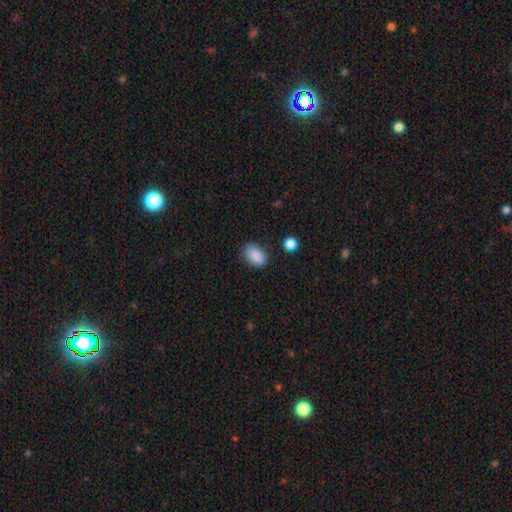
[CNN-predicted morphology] A smooth galaxy with no disk features (89%) that is in between round and cigar-shaped (87%).

Vote fractions:
- Smooth or featured? smooth: 89% / star or artifact: 8% / featured or disk: 4%
- How rounded? in between: 87% / round: 11% / cigar-shaped: 2%
- Merging? none: 81% / minor disturbance: 14% / major disturbance: 3% / merger: 2%